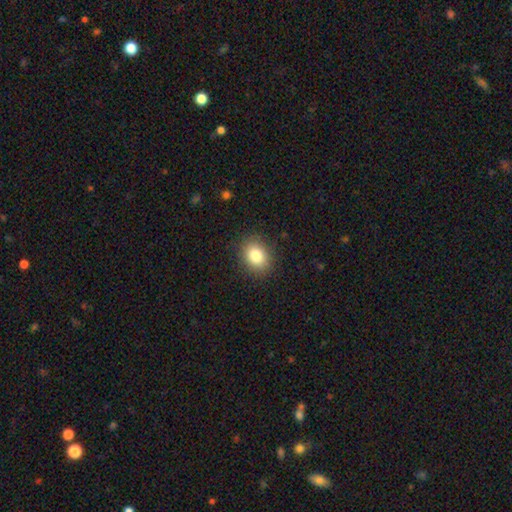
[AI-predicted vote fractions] smooth_or_featured: smooth (p=0.83) [alt: star or artifact p=0.10]
how_rounded: in between (p=0.55) [alt: round p=0.44]
merging: none (p=0.88) [alt: minor disturbance p=0.08]